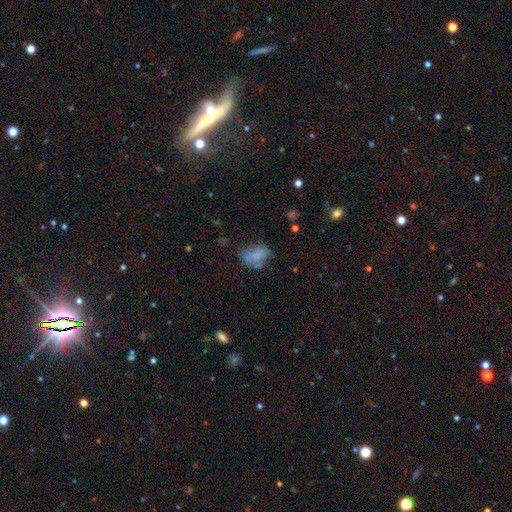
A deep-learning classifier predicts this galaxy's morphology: type=smooth (66%); roundness=in between (73%); merging=none (45%).